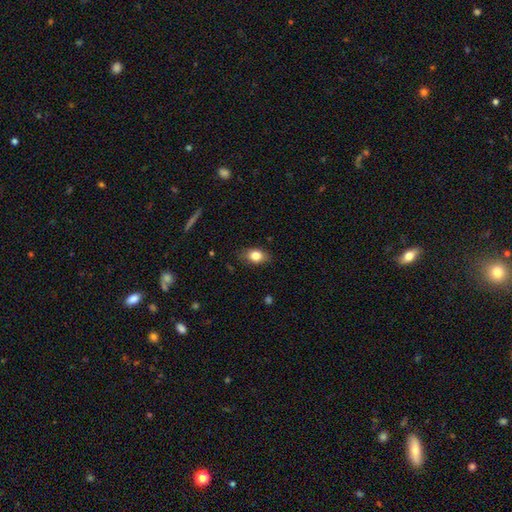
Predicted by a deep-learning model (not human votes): Smooth or featured?
  - smooth: 81% *
  - featured or disk: 11%
  - star or artifact: 8%
How rounded?
  - in between: 80% *
  - round: 17%
  - cigar-shaped: 3%
Merging?
  - none: 80% *
  - minor disturbance: 15%
  - major disturbance: 3%
  - merger: 1%